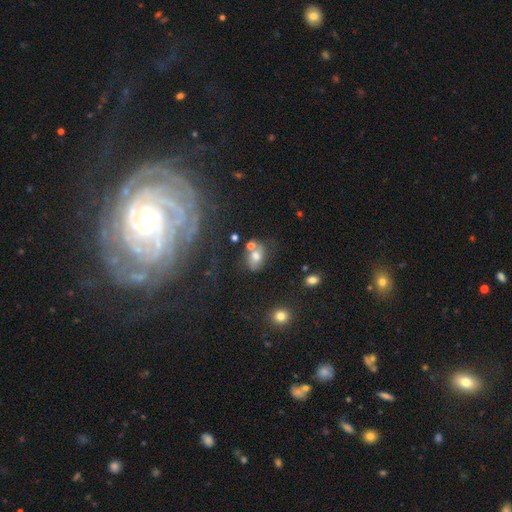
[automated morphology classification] A smooth galaxy with no disk features (62%) that is in between round and cigar-shaped (73%).

Vote fractions:
- Smooth or featured? smooth: 62% / featured or disk: 24% / star or artifact: 15%
- How rounded? in between: 73% / round: 25% / cigar-shaped: 2%
- Merging? none: 52% / merger: 23% / minor disturbance: 18% / major disturbance: 8%